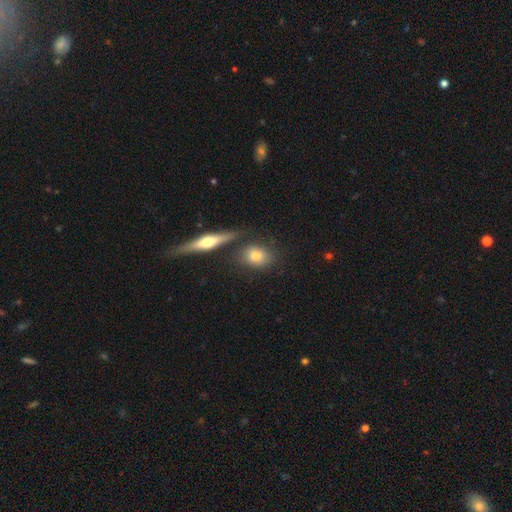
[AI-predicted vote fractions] smooth 75%, featured or disk 17%, star or artifact 8%. Down the decision tree: how rounded — in between (53%); merging — none (71%).